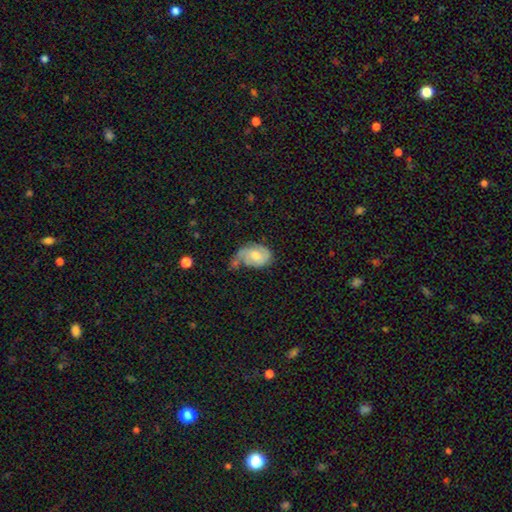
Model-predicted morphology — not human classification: Overall: featured or disk (59%; smooth 34%). Edge-on disk: no (97%). Bar: no (59%; weak 35%). Spiral arms: yes (86%). Bulge size: moderate (58%; small 26%). Merging: minor disturbance (34%; none 31%).